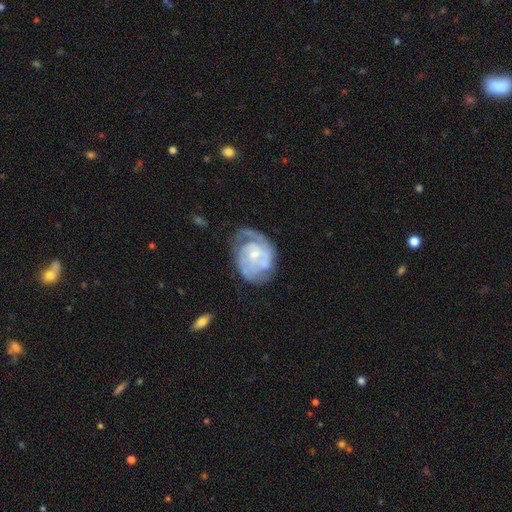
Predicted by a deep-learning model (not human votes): Morphology: type=featured or disk (80%); edge-on=no (98%); bar=no (60%); spiral arms=yes (89%); winding=tight (53%); arm count=2 (39%); bulge=small (60%); merging=none (52%).